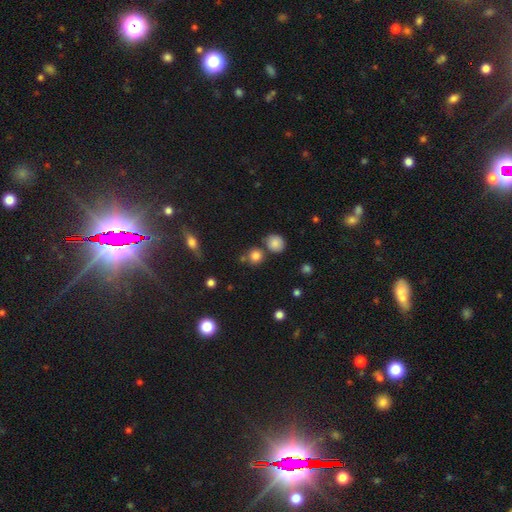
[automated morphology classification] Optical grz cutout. It shows a smooth galaxy with no disk features (81%) that is round (88%). Merging: none (70%).